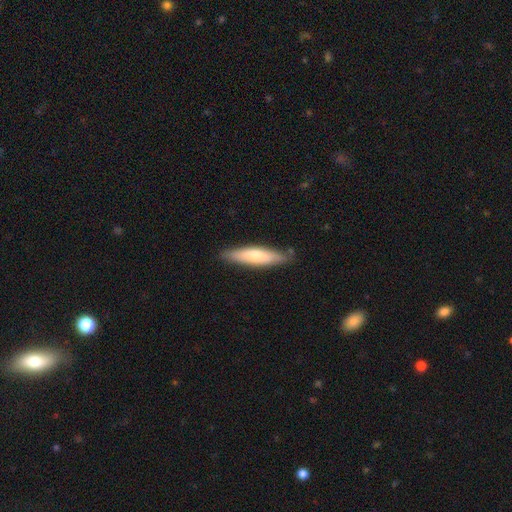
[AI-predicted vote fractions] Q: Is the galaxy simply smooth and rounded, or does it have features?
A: smooth — 66%.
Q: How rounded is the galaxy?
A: cigar-shaped — 74%.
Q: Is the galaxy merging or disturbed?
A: none — 83%.